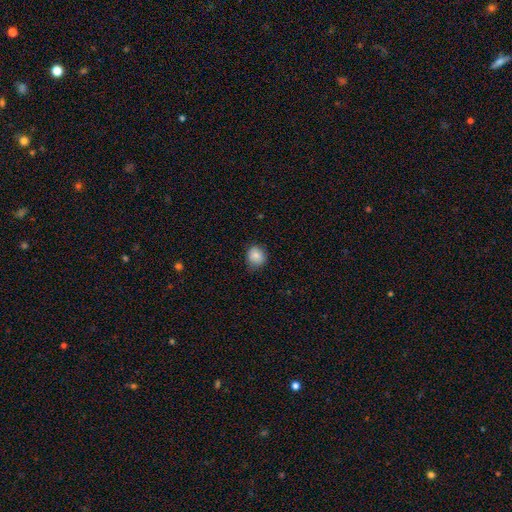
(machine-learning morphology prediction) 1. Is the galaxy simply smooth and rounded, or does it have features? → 85% smooth, 9% star or artifact, 6% featured or disk.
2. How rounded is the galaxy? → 77% round, 23% in between, 1% cigar-shaped.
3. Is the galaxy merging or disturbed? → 78% none, 18% minor disturbance, 3% major disturbance, 1% merger.